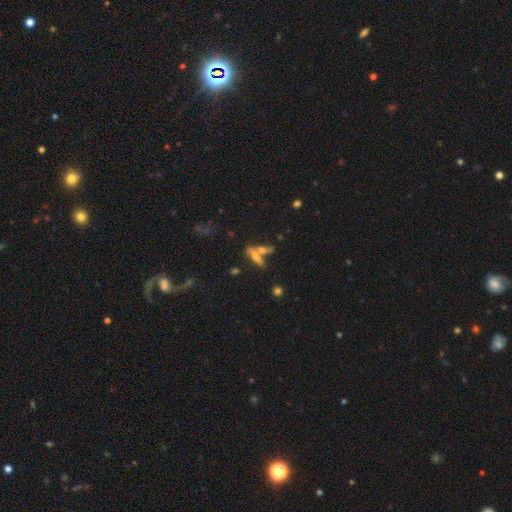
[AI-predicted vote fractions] Smooth or featured? Predicted: smooth (p=0.47). Merging? Predicted: none (p=0.47).